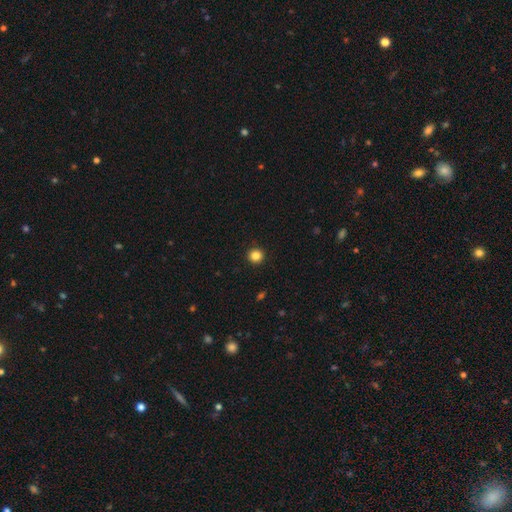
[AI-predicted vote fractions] Smooth or featured?
  - smooth: 85% *
  - star or artifact: 11%
  - featured or disk: 4%
How rounded?
  - round: 95% *
  - in between: 4%
  - cigar-shaped: 1%
Merging?
  - none: 93% *
  - minor disturbance: 4%
  - major disturbance: 1%
  - merger: 1%